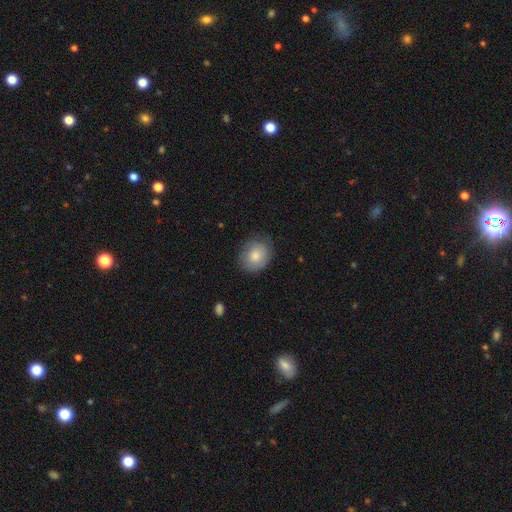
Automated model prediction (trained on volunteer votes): A smooth galaxy with no disk features (76%) that is round (66%). Merging: none (74%).